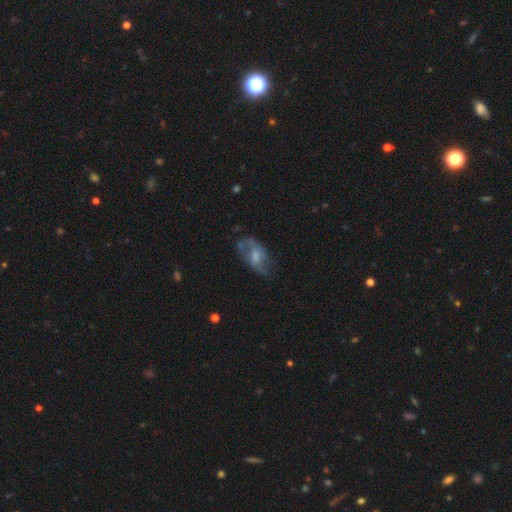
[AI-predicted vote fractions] Smooth or featured? Predicted: featured or disk (p=0.51). Edge-on disk? Predicted: no (p=0.93). Merging? Predicted: none (p=0.48).